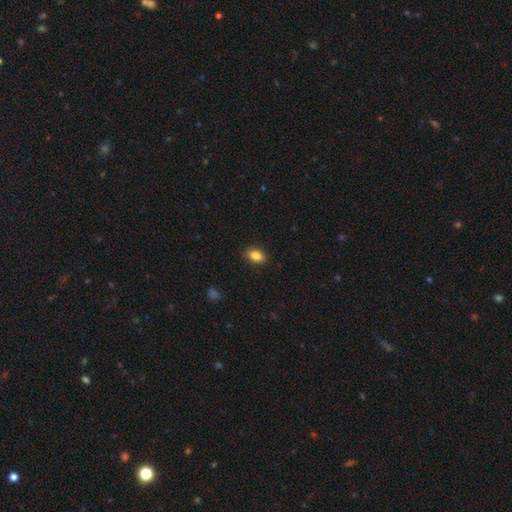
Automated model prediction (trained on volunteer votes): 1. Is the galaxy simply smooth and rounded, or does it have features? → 85% smooth, 8% star or artifact, 6% featured or disk.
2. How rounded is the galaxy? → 83% in between, 15% round, 2% cigar-shaped.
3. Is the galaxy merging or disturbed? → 87% none, 10% minor disturbance, 2% major disturbance, 1% merger.